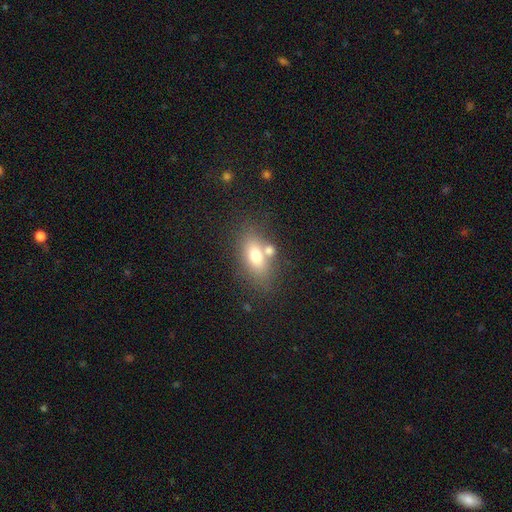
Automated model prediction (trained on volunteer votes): This is likely a smooth galaxy (68%). How rounded: clearly in between (80%). Merging: possibly none (56%).